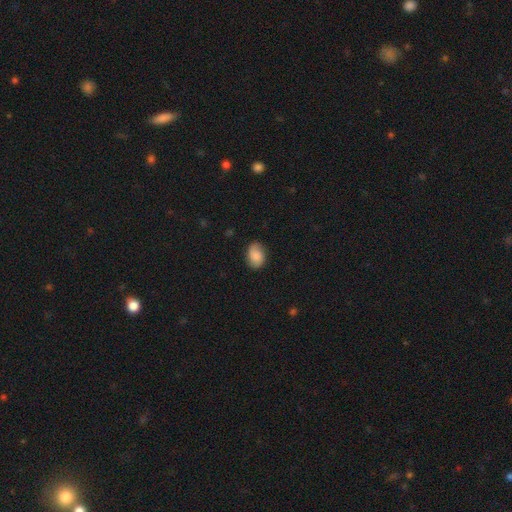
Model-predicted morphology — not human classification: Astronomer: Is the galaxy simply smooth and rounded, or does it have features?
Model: smooth — 73%.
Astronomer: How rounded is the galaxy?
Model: in between — 78%.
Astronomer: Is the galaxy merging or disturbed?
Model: none — 78%.